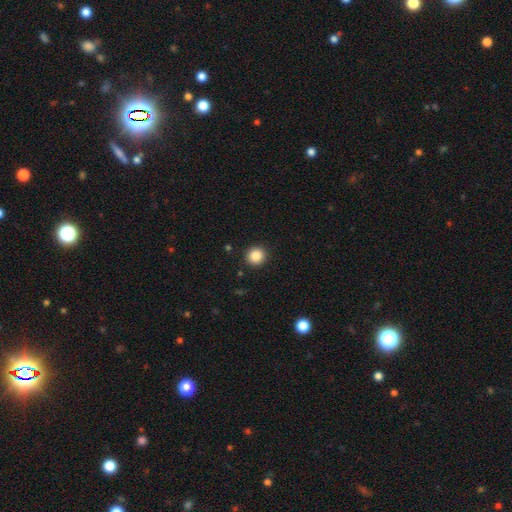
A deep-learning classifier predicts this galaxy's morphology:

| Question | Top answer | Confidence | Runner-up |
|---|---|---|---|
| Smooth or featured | smooth | 87% | star or artifact (10%) |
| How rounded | round | 91% | in between (8%) |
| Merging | none | 92% | minor disturbance (5%) |